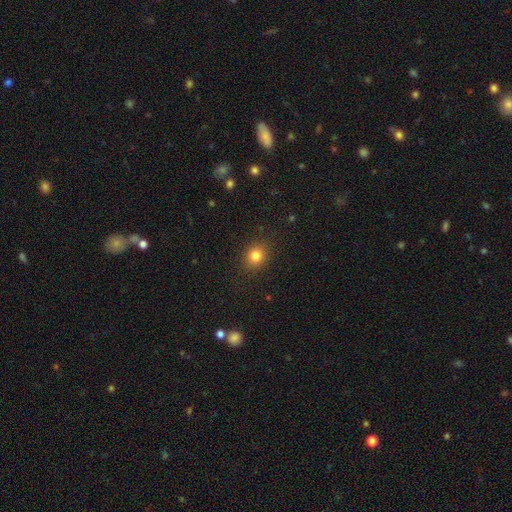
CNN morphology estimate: smooth 82%, star or artifact 12%, featured or disk 6%. Down the decision tree: how rounded — round (74%); merging — none (88%).